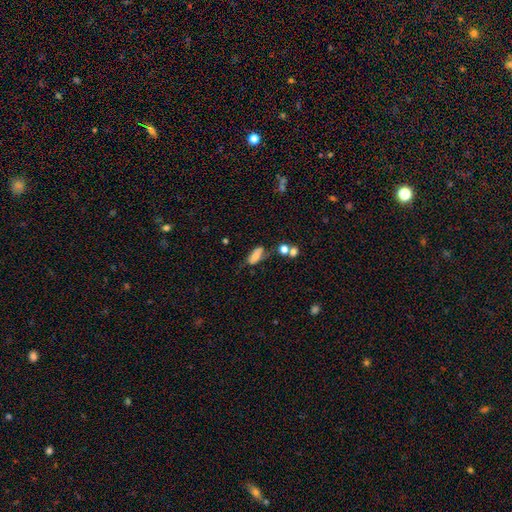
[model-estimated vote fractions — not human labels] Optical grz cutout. It shows a smooth galaxy with no disk features (67%) that is in between round and cigar-shaped (80%). Merging: none (42%).